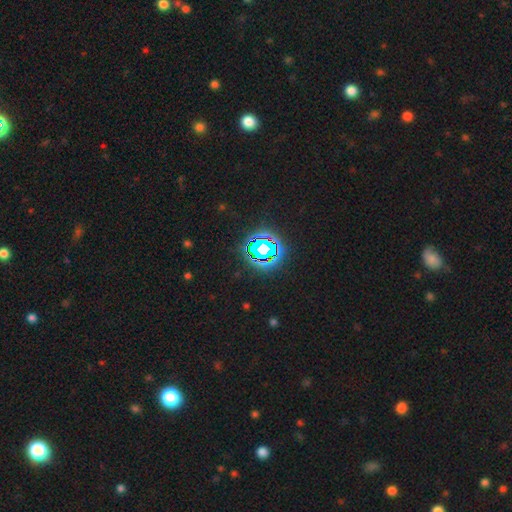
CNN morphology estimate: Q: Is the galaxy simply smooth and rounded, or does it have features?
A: star or artifact — 79%.